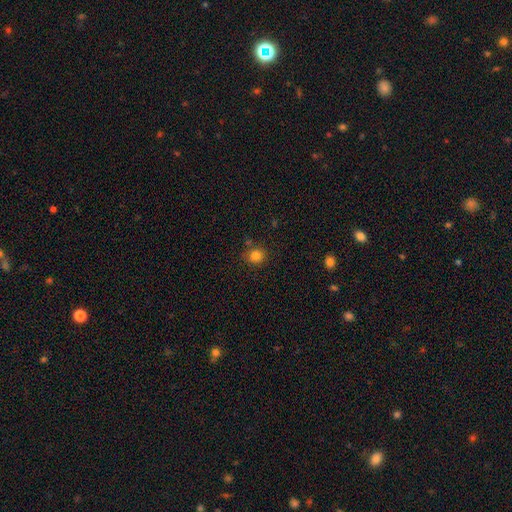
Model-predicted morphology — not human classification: Smooth or featured?
  - smooth: 82% *
  - star or artifact: 12%
  - featured or disk: 6%
How rounded?
  - round: 82% *
  - in between: 18%
  - cigar-shaped: 1%
Merging?
  - none: 78% *
  - minor disturbance: 12%
  - merger: 6%
  - major disturbance: 3%